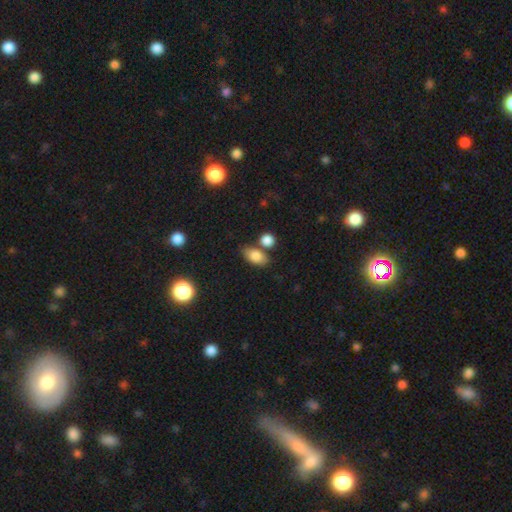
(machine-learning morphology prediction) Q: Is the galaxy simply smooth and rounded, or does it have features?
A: smooth — 83%.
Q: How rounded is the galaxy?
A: in between — 85%.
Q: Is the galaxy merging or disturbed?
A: none — 62%.